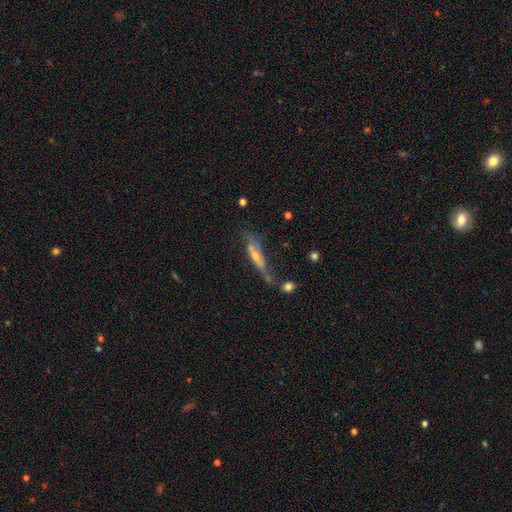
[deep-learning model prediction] Smooth or featured? Predicted: featured or disk (p=0.62). Edge-on disk? Predicted: yes (p=0.73). Merging? Predicted: none (p=0.46).